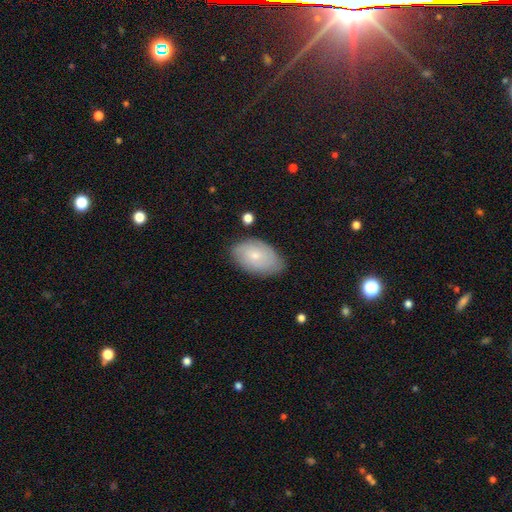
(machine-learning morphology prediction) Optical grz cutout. It shows a smooth galaxy with no disk features (63%) that is in between round and cigar-shaped (92%). Merging: none (74%).